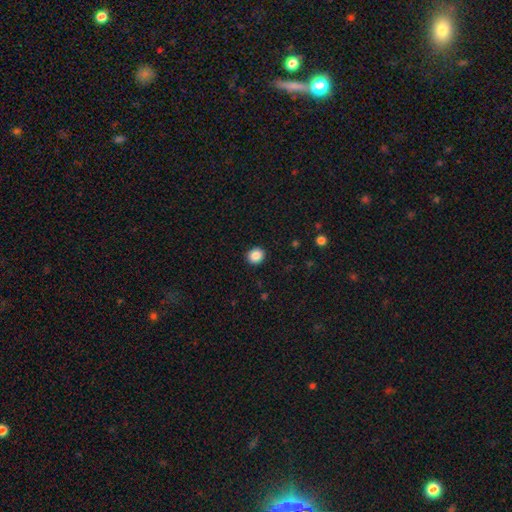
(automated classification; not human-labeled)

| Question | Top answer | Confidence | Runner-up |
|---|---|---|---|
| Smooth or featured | smooth | 87% | star or artifact (10%) |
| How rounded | round | 84% | in between (15%) |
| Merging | none | 92% | minor disturbance (6%) |